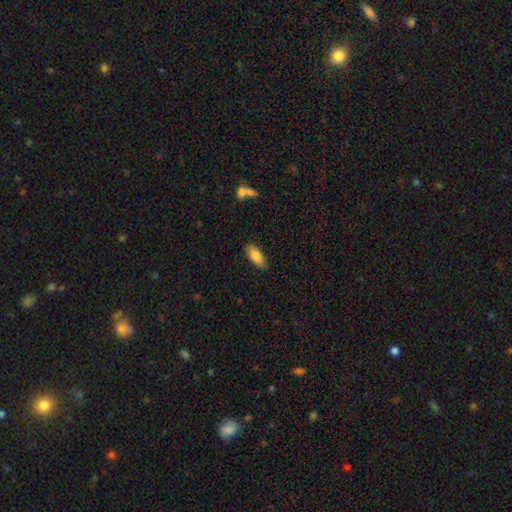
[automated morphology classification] type=smooth (81%); roundness=in between (83%); merging=none (78%).